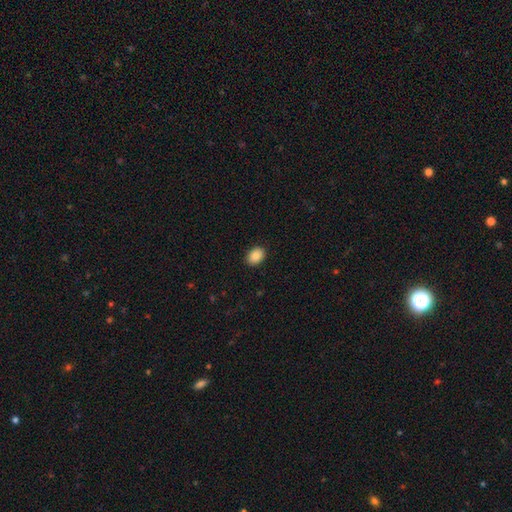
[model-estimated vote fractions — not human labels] A smooth galaxy with no disk features (89%) that is in between round and cigar-shaped (73%). Merging: none (90%).